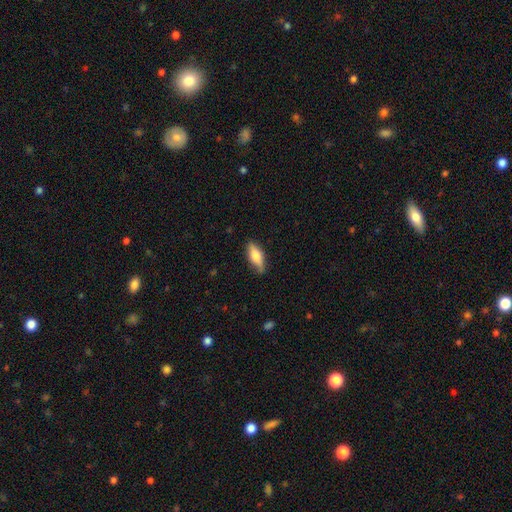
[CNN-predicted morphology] Q: Smooth or featured?
A: smooth (65%); runner-up: featured or disk (28%)
Q: How rounded?
A: in between (65%); runner-up: cigar-shaped (33%)
Q: Merging?
A: none (79%); runner-up: minor disturbance (17%)